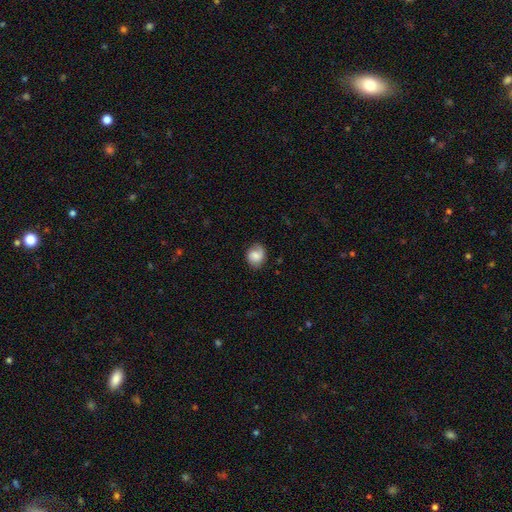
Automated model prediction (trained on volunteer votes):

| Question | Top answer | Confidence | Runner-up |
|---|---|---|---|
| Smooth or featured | smooth | 69% | featured or disk (23%) |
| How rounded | round | 62% | in between (37%) |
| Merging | none | 69% | minor disturbance (22%) |